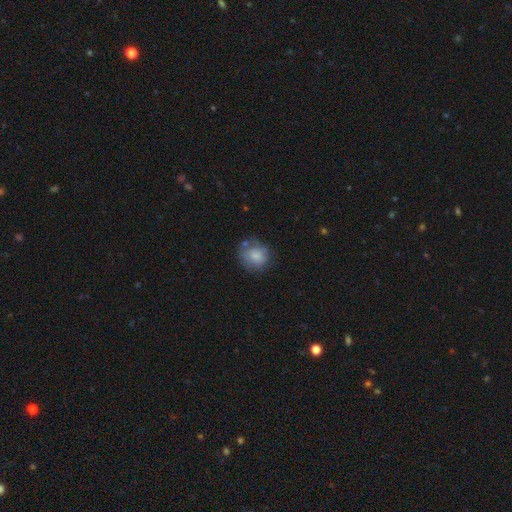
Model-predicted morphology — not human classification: A smooth galaxy with no disk features (74%) that is round (76%). Merging: none (63%).